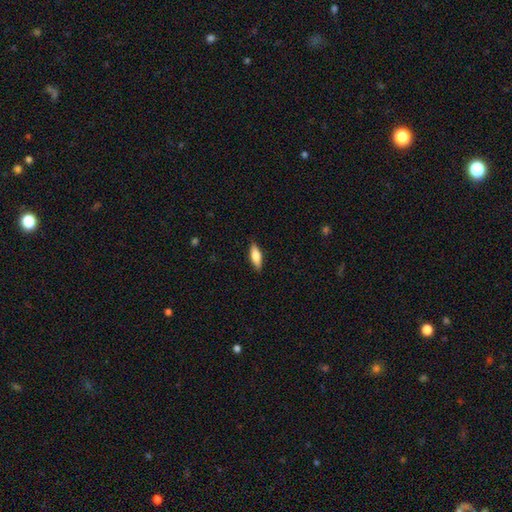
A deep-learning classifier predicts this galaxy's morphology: Overall: smooth (74%). How rounded: in between (61%; cigar-shaped 36%). Merging: none (87%).